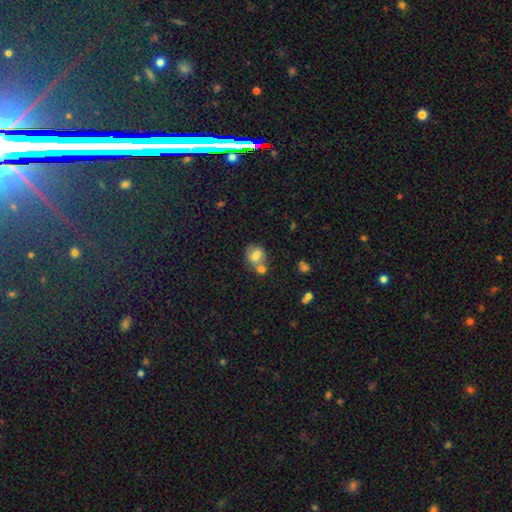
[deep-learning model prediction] Overall: smooth (68%). How rounded: in between (53%; round 46%). Merging: merger (46%; none 35%).